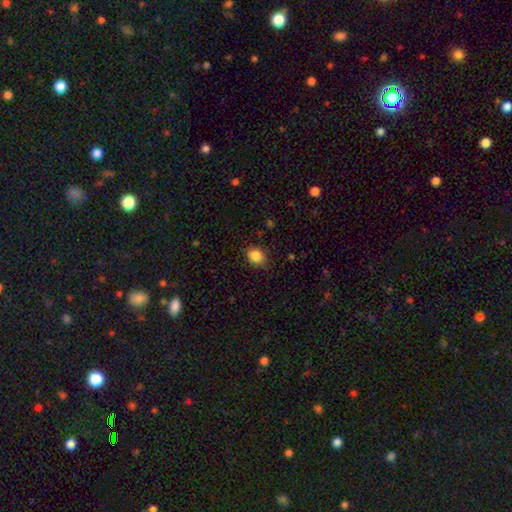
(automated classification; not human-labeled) Smooth or featured? smooth (87%)
How rounded? round (59%)
Merging? none (83%)